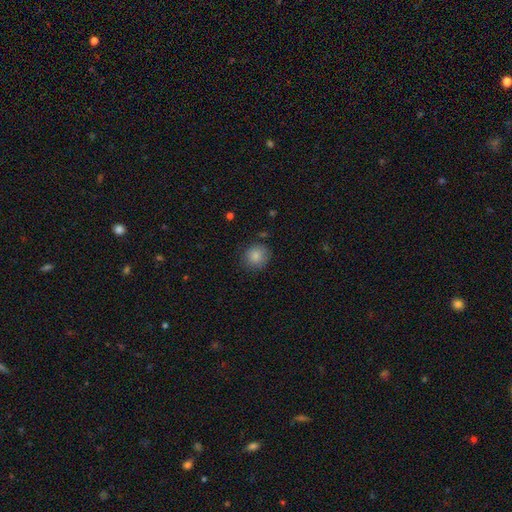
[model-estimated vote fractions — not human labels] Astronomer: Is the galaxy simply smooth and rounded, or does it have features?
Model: smooth — 85%.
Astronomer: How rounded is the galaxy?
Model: round — 88%.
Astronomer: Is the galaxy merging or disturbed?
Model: none — 83%.